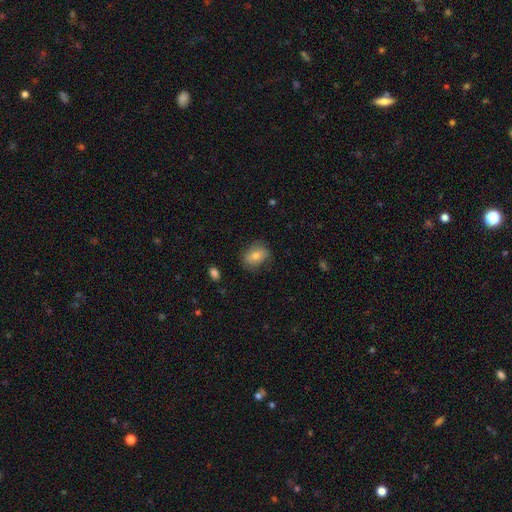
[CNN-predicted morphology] smooth_or_featured: smooth (p=0.73) [alt: featured or disk p=0.19]
how_rounded: in between (p=0.66) [alt: round p=0.33]
merging: none (p=0.78) [alt: minor disturbance p=0.17]